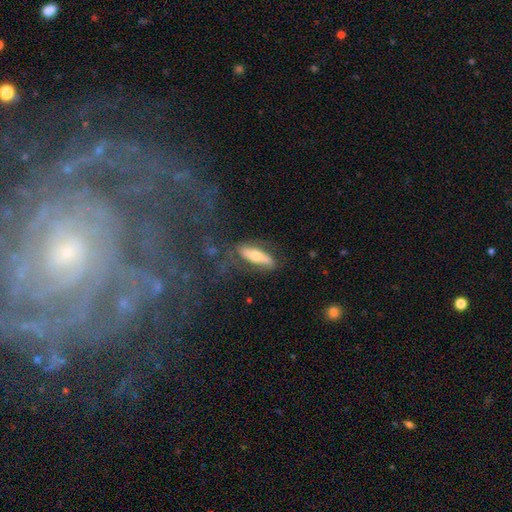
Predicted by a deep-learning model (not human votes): The model was most divided on "smooth or featured": featured or disk: 47%, smooth: 45%, star or artifact: 8%. More confident: merging — none (71%).